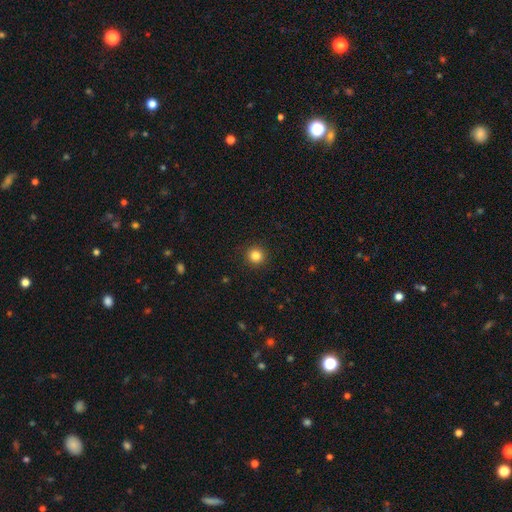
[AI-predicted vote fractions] smooth_or_featured: smooth (p=0.84) [alt: star or artifact p=0.12]
how_rounded: round (p=0.95) [alt: in between p=0.04]
merging: none (p=0.93) [alt: minor disturbance p=0.05]